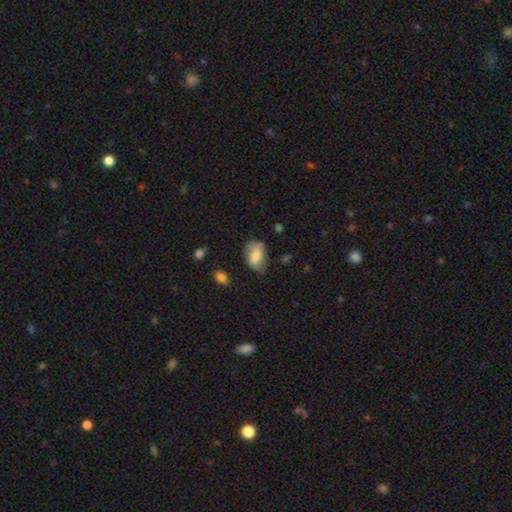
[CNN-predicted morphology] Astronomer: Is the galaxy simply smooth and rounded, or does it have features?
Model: smooth — 76%.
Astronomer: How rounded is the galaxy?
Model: in between — 87%.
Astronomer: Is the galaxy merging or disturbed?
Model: none — 53% (runner-up: minor disturbance, 34%).